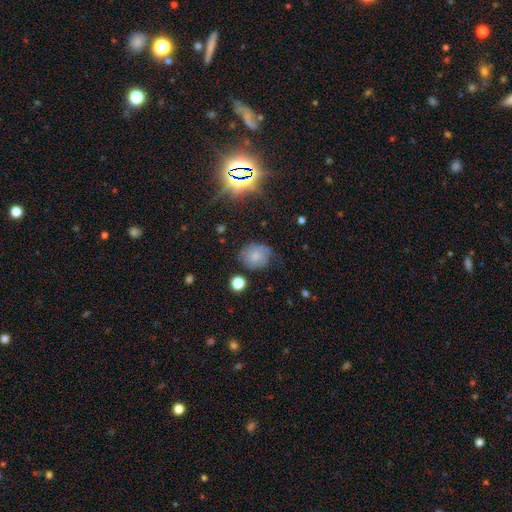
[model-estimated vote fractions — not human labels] smooth 58%, featured or disk 28%, star or artifact 13%. Down the decision tree: how rounded — round (70%); merging — none (58%).